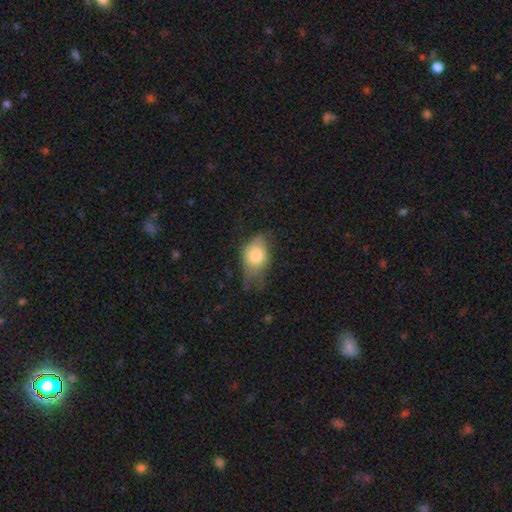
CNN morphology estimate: The model was most divided on "merging": minor disturbance: 38%, none: 36%, major disturbance: 24%, merger: 2%. More confident: smooth or featured — smooth (75%); how rounded — in between (73%).